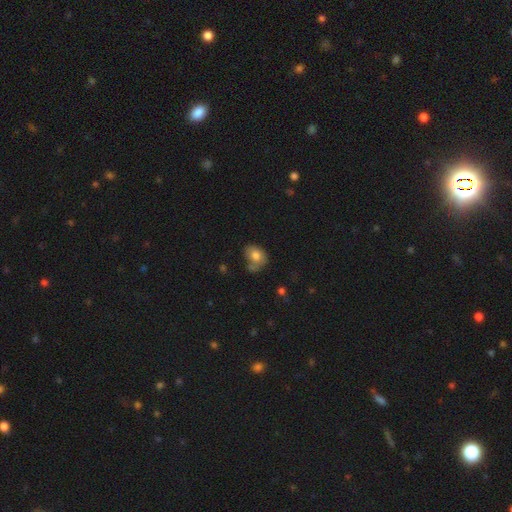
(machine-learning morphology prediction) smooth_or_featured: smooth (p=0.75) [alt: featured or disk p=0.17]
how_rounded: in between (p=0.60) [alt: round p=0.39]
merging: none (p=0.44) [alt: minor disturbance p=0.28]